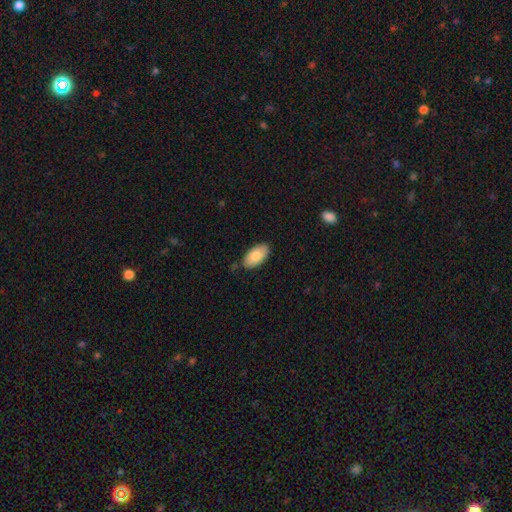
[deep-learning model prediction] The model was most divided on "merging": none: 81%, minor disturbance: 14%, major disturbance: 2%, merger: 2%. More confident: how rounded — in between (95%); smooth or featured — smooth (84%).